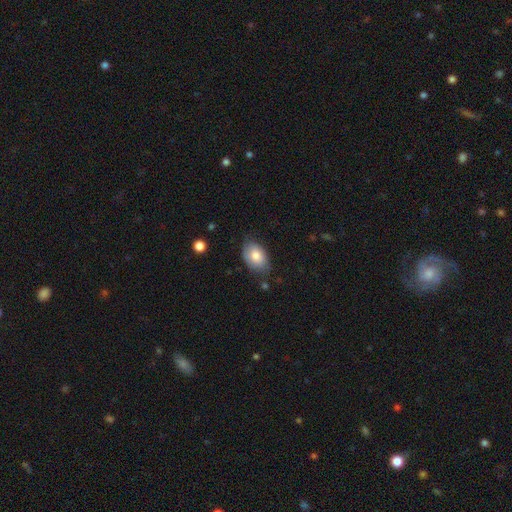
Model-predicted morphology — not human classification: type=smooth (77%); roundness=in between (88%); merging=none (70%).